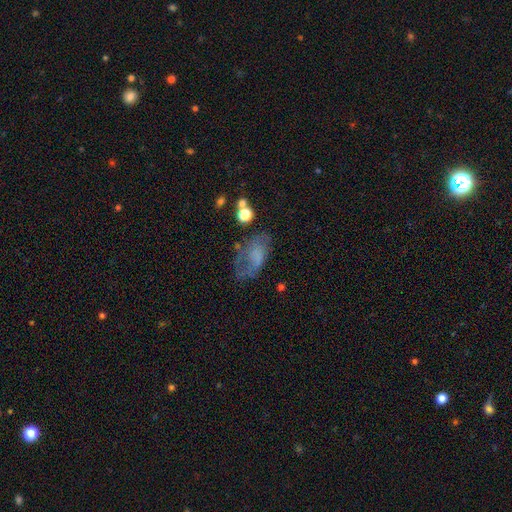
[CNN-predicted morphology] Overall: smooth (47%; featured or disk 40%). Merging: none (42%; major disturbance 27%).